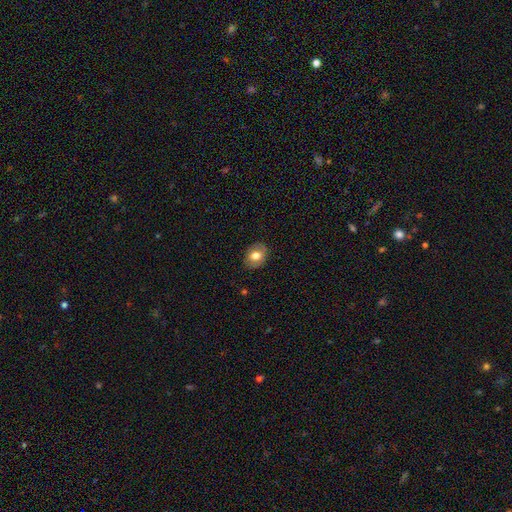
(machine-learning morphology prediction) Overall: smooth (68%). How rounded: in between (55%; round 44%). Merging: none (82%).